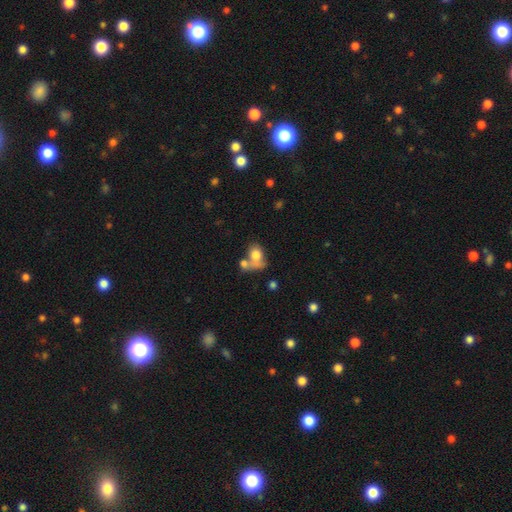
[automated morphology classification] type=smooth (73%); roundness=in between (61%); merging=merger (48%).